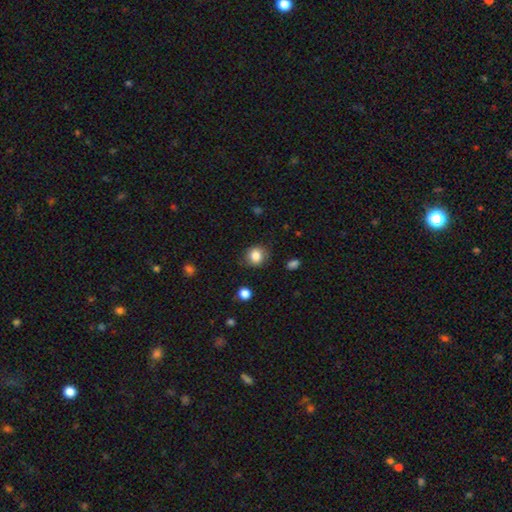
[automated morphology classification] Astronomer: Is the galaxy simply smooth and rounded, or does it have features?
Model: smooth — 84%.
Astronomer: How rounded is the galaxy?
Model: round — 79%.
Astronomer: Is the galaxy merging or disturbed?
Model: none — 82%.